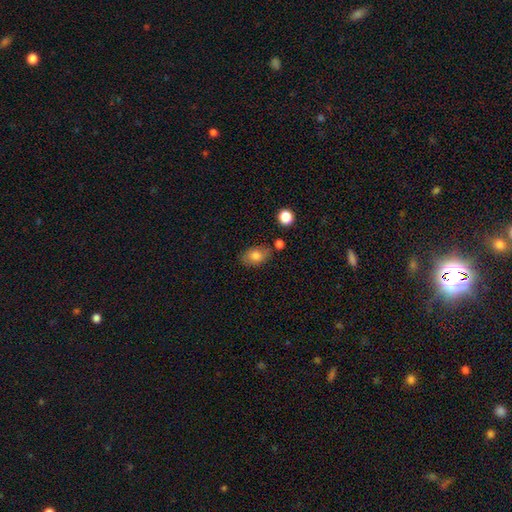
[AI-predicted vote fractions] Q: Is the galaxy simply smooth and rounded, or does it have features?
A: smooth — 81%.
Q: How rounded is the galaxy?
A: in between — 80%.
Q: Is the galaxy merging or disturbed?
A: none — 74%.